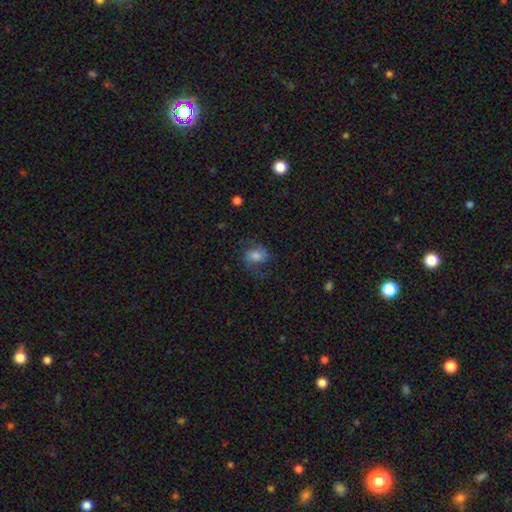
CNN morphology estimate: Smooth or featured: featured or disk — 54% (smooth — 35%)
Edge-on disk: no — 97% (yes — 3%)
Bar: no — 54% (weak — 36%)
Spiral arms: yes — 90% (no — 10%)
Bulge size: moderate — 40% (large — 27%)
Merging: none — 65% (minor disturbance — 18%)